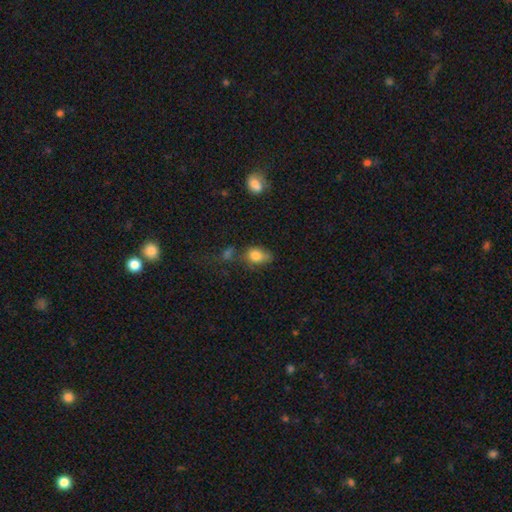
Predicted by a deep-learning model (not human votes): Smooth or featured? smooth (79%)
How rounded? in between (75%)
Merging? none (45%)